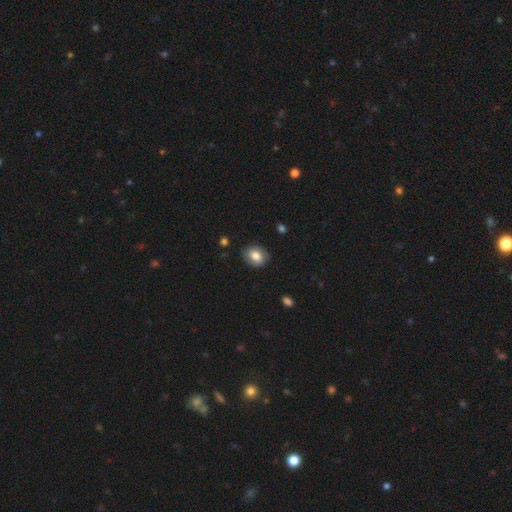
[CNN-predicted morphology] type=smooth (79%); roundness=round (56%); merging=none (85%).